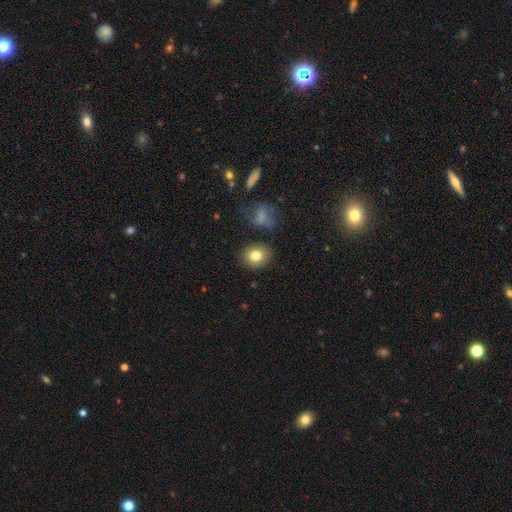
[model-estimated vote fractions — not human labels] Overall: smooth (80%). How rounded: round (62%; in between 37%). Merging: none (83%).